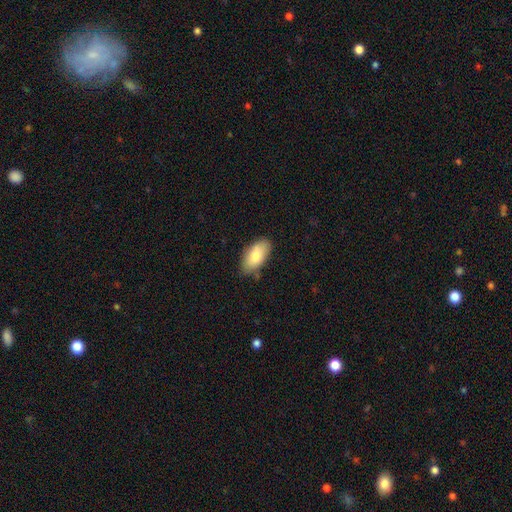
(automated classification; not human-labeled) This appears to be a smooth galaxy with no disk features (78%) that is in between round and cigar-shaped (92%). Merging: none (77%).